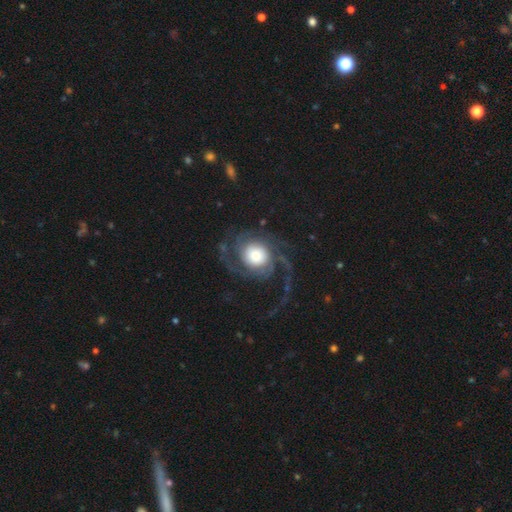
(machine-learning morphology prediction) The model was most divided on "spiral winding": medium: 43%, tight: 30%, loose: 27%. Remaining: edge-on disk — no (98%); spiral arms — yes (96%); smooth or featured — featured or disk (85%); bar — no (78%); merging — none (61%); bulge size — large (48%); spiral arm count — 2 (42%).